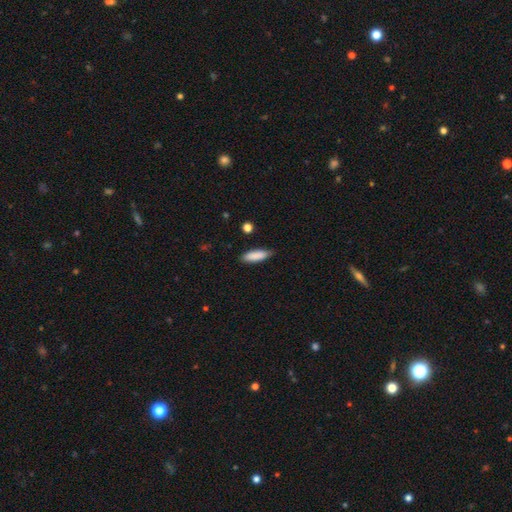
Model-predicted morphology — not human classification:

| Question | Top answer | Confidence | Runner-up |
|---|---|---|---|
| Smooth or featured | smooth | 87% | featured or disk (7%) |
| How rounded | cigar-shaped | 51% | in between (47%) |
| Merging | none | 81% | minor disturbance (15%) |